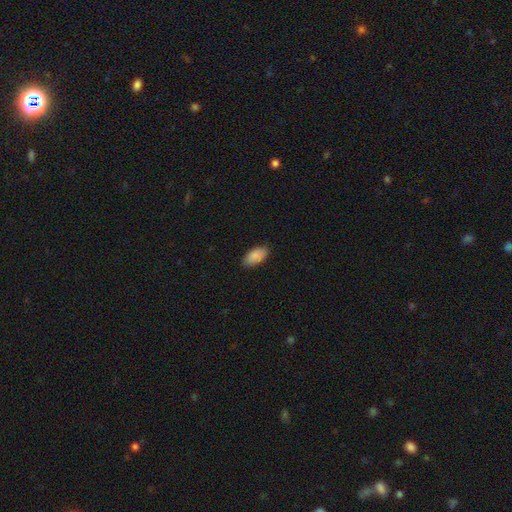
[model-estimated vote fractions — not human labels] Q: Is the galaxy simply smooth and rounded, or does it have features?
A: smooth — 89%.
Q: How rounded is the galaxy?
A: in between — 94%.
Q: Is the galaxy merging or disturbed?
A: none — 86%.